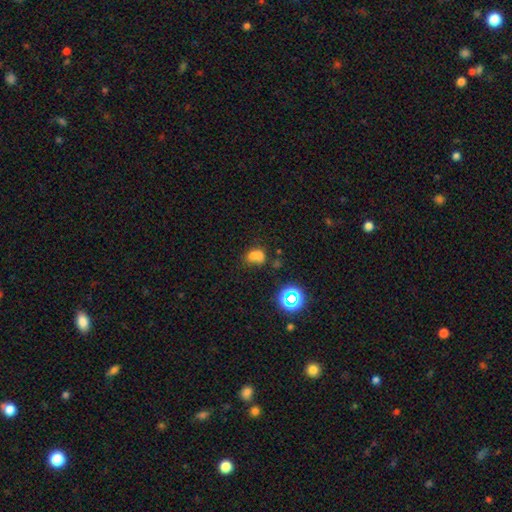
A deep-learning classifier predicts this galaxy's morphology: smooth_or_featured: smooth (p=0.65) [alt: star or artifact p=0.18]
how_rounded: round (p=0.57) [alt: in between p=0.41]
merging: merger (p=0.56) [alt: none p=0.29]